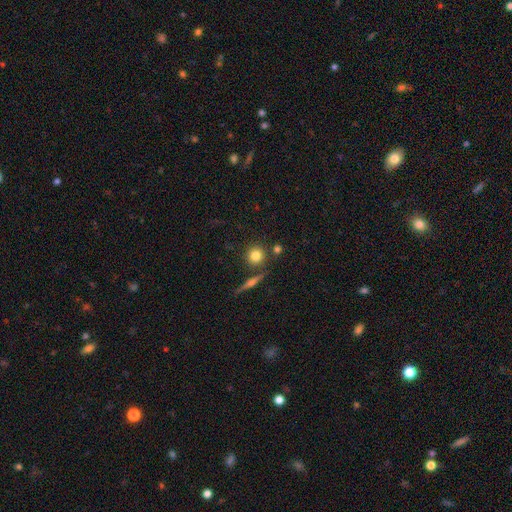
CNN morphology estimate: type=smooth (78%); roundness=round (91%); merging=none (80%).